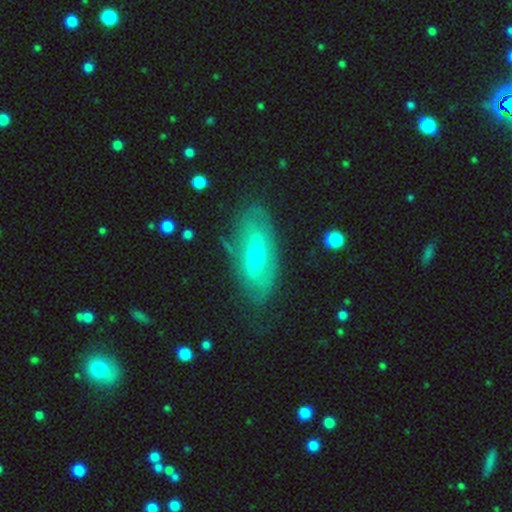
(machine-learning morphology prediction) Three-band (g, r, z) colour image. It shows a featured or disk galaxy (71%) with no bar (40%), spiral arms (63%) and a small central bulge (48%, tied with moderate). Merging: none (70%).